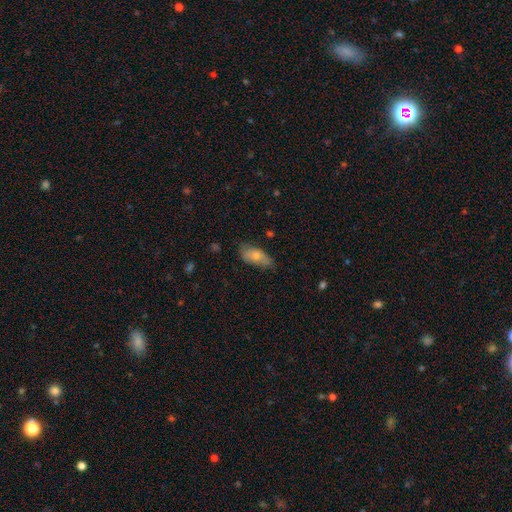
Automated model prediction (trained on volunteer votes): Q: Smooth or featured?
A: smooth (72%); runner-up: featured or disk (21%)
Q: How rounded?
A: in between (87%); runner-up: cigar-shaped (10%)
Q: Merging?
A: none (63%); runner-up: minor disturbance (29%)